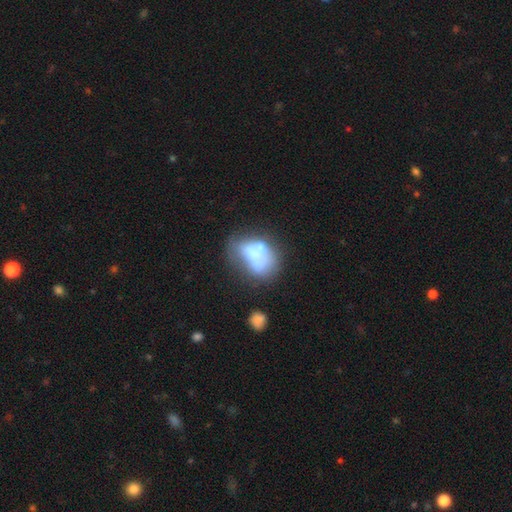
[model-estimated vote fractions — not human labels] This is possibly a smooth galaxy (56%). How rounded: likely in between (74%). Merging: marginally merger (29%).